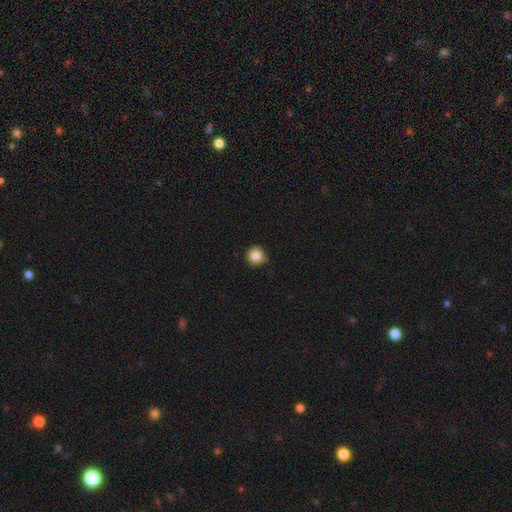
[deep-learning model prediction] smooth 85%, star or artifact 10%, featured or disk 5%. Down the decision tree: how rounded — round (95%); merging — none (84%).